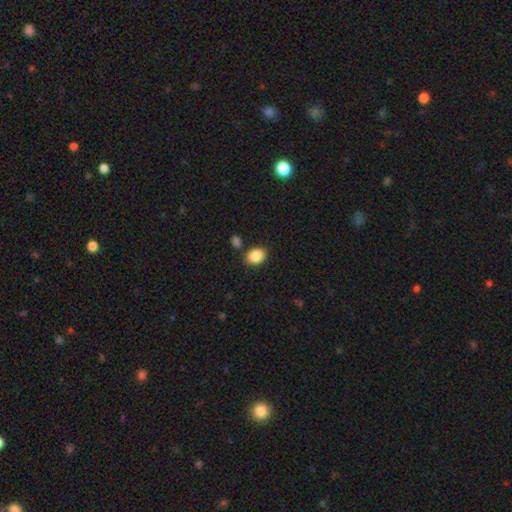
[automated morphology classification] This is clearly a smooth galaxy (87%). How rounded: likely in between (65%). Merging: likely none (80%).